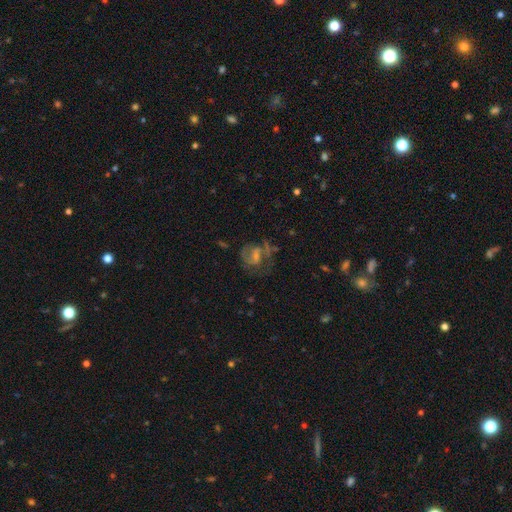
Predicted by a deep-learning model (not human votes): The model was most divided on "bar": weak: 48%, no: 34%, strong: 18%. Remaining: edge-on disk — no (97%); spiral arms — yes (76%); smooth or featured — featured or disk (64%); bulge size — small (45%); merging — none (45%).